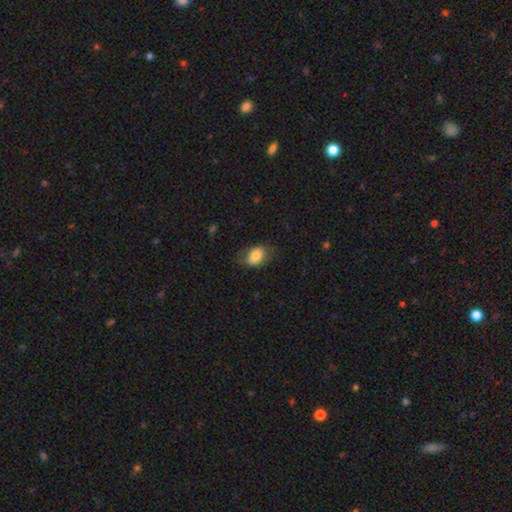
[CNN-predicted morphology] This appears to be a smooth galaxy with no disk features (81%) that is in between round and cigar-shaped (81%). Merging: none (67%).